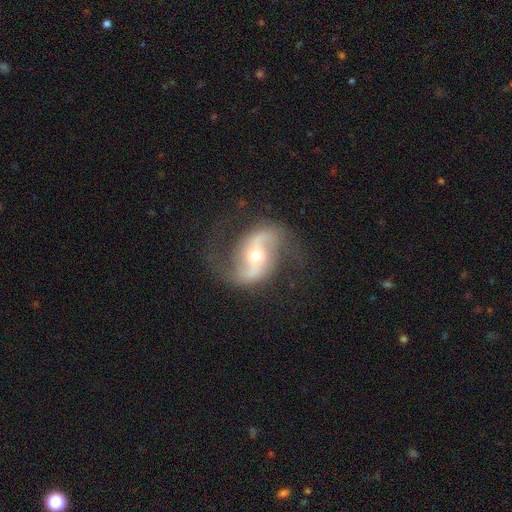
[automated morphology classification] A featured or disk galaxy (89%) with a strong bar (39%), 2 (94%) loose (64%) spiral arms (96%) and a moderate central bulge (52%). Merging: none (77%).